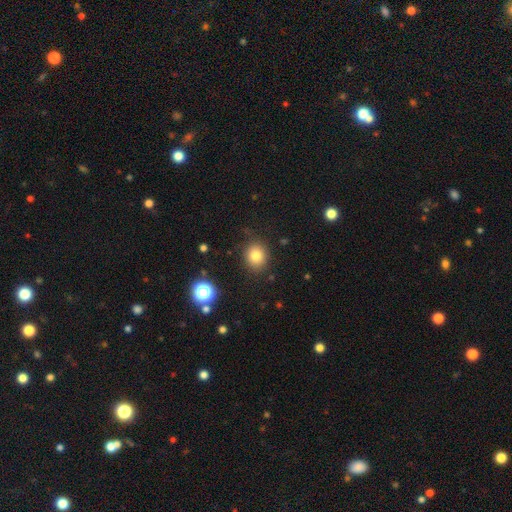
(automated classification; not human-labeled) smooth 79%, star or artifact 13%, featured or disk 8%. Down the decision tree: how rounded — round (78%); merging — none (86%).